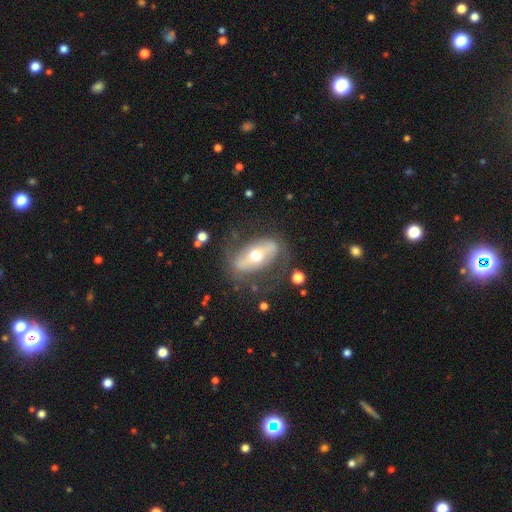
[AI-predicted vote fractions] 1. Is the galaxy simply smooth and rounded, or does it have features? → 65% featured or disk, 28% smooth, 7% star or artifact.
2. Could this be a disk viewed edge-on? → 84% no, 16% yes.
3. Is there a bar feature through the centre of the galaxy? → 48% strong, 30% no, 22% weak.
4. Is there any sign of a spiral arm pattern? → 52% no, 48% yes.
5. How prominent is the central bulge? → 70% moderate, 18% small, 9% large, 1% dominant, 1% none.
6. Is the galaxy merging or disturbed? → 68% none, 17% minor disturbance, 12% major disturbance, 2% merger.